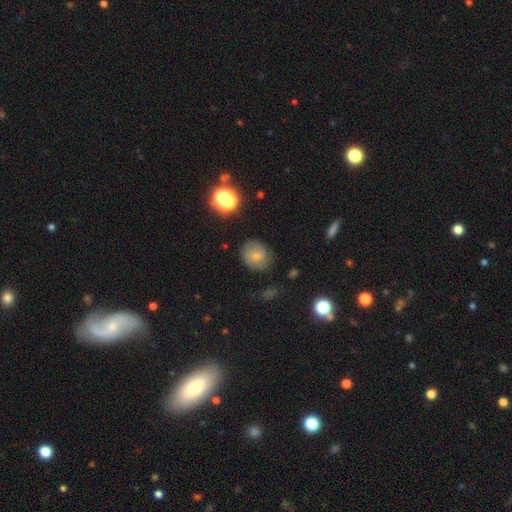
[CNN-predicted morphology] Overall: smooth (56%; featured or disk 32%). How rounded: round (73%). Merging: none (73%).